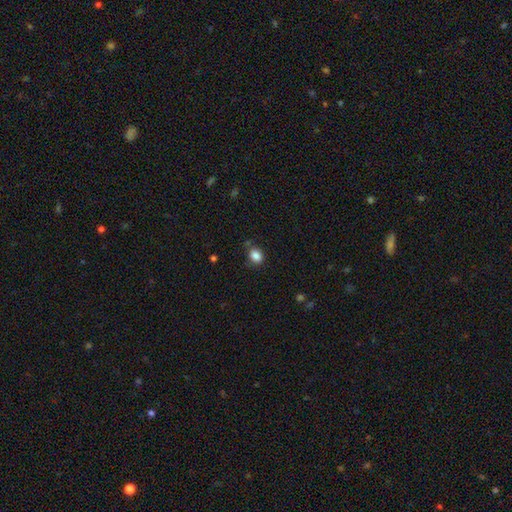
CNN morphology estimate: Q: Smooth or featured?
A: smooth (85%); runner-up: star or artifact (10%)
Q: How rounded?
A: in between (57%); runner-up: round (42%)
Q: Merging?
A: none (73%); runner-up: minor disturbance (19%)